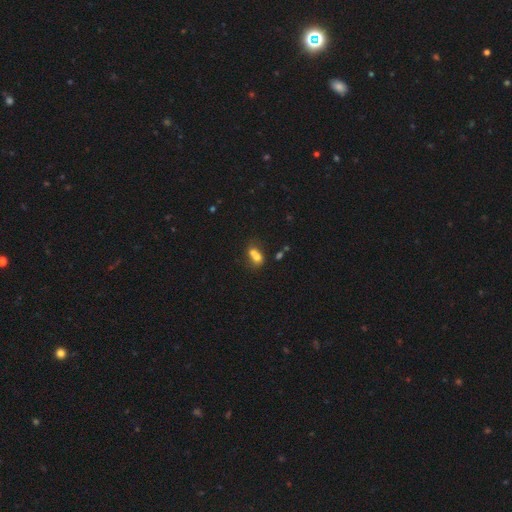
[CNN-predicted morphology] A smooth galaxy with no disk features (66%) that is round (49%, tied with in between). Merging: merger (68%).